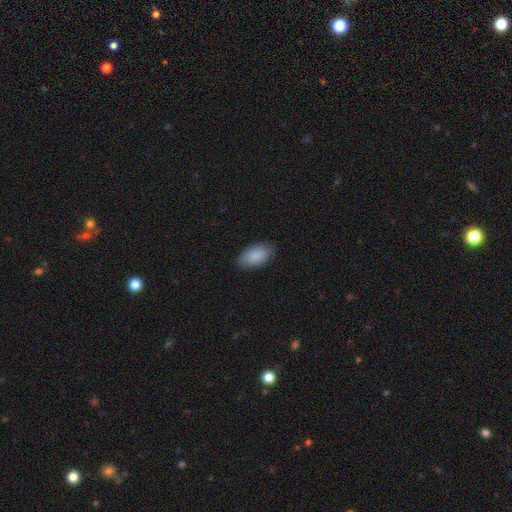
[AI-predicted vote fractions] Smooth or featured? Predicted: smooth (p=0.89). How rounded? Predicted: in between (p=0.95). Merging? Predicted: none (p=0.86).